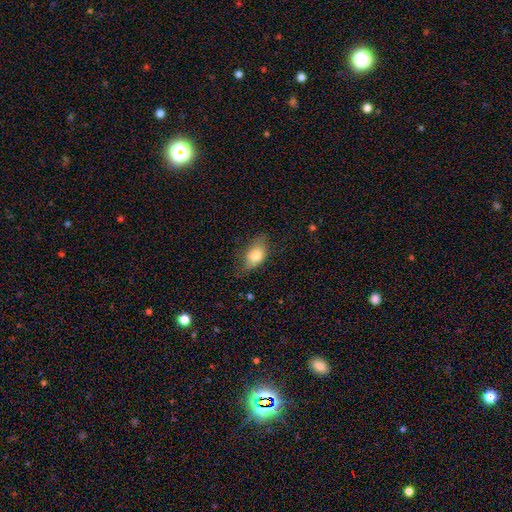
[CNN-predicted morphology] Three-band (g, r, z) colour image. It shows a smooth galaxy with no disk features (78%) that is in between round and cigar-shaped (88%). Merging: none (65%).